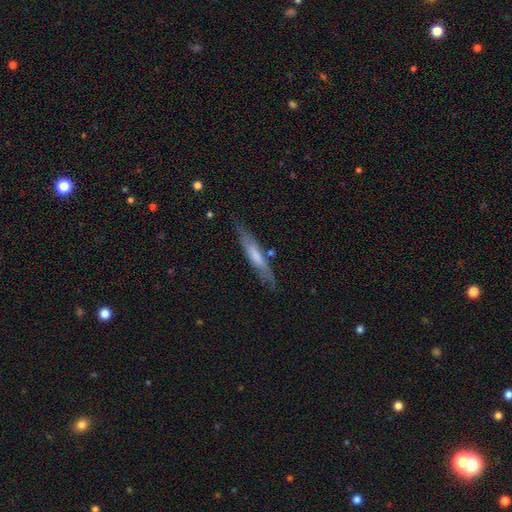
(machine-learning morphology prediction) The model was most divided on "smooth or featured": smooth: 53%, featured or disk: 41%, star or artifact: 6%. More confident: how rounded — cigar-shaped (88%); merging — none (75%).